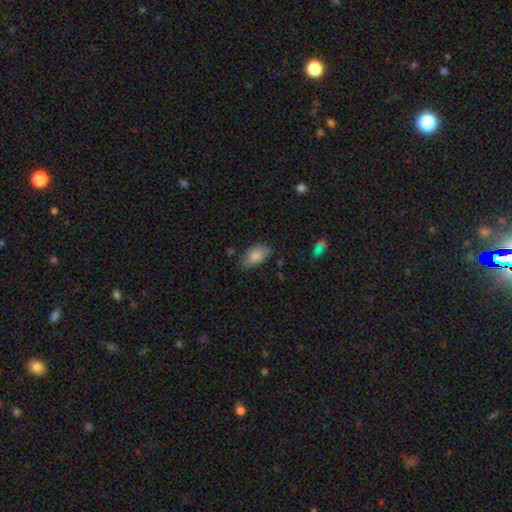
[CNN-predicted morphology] Overall: smooth (84%). How rounded: in between (92%). Merging: none (72%).